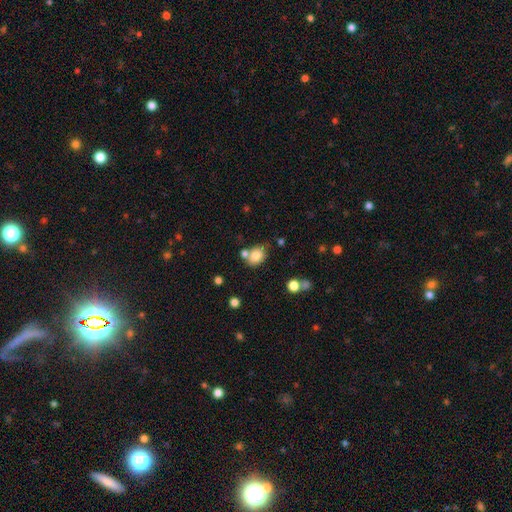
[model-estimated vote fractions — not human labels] The model was most divided on "how rounded": in between: 53%, round: 45%, cigar-shaped: 1%. More confident: smooth or featured — smooth (81%); merging — none (58%).